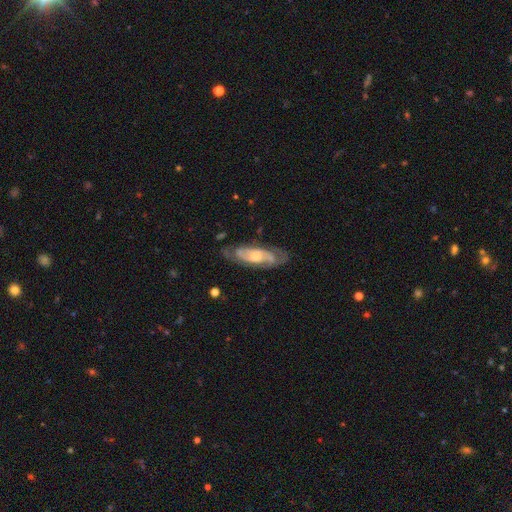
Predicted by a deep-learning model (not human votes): Smooth or featured? Predicted: featured or disk (p=0.80). Edge-on disk? Predicted: no (p=0.86). Bar? Predicted: no (p=0.64). Spiral arms? Predicted: yes (p=0.91). Spiral winding? Predicted: tight (p=0.49). Spiral arm count? Predicted: 2 (p=0.58). Bulge size? Predicted: moderate (p=0.48). Merging? Predicted: none (p=0.71).